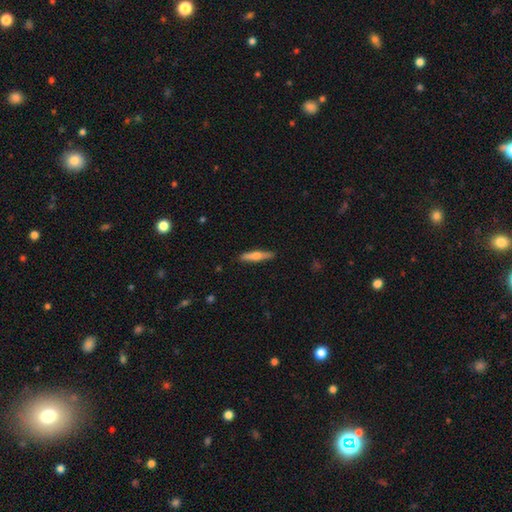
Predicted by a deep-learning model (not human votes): Smooth or featured? Predicted: smooth (p=0.53). How rounded? Predicted: cigar-shaped (p=0.86). Merging? Predicted: none (p=0.89).